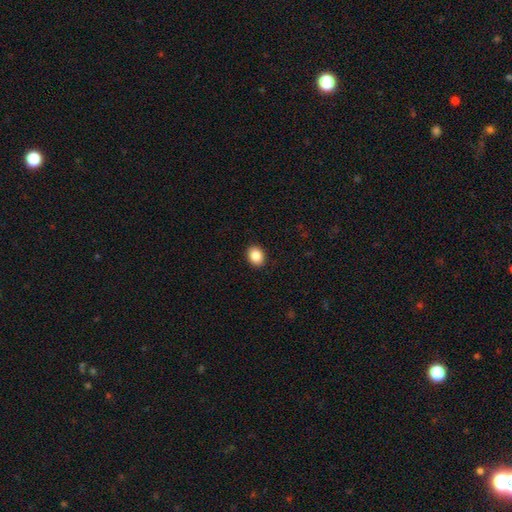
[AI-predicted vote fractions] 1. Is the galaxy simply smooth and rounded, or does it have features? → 87% smooth, 9% star or artifact, 5% featured or disk.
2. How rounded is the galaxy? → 50% round, 49% in between, 1% cigar-shaped.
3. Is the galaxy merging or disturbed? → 92% none, 6% minor disturbance, 2% major disturbance, 1% merger.